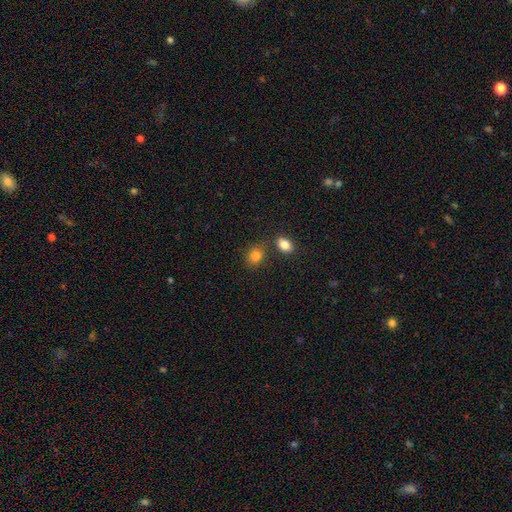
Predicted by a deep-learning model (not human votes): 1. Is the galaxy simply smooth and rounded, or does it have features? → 83% smooth, 10% star or artifact, 6% featured or disk.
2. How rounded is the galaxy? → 51% in between, 48% round, 1% cigar-shaped.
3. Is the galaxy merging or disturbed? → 66% none, 17% merger, 13% minor disturbance, 4% major disturbance.